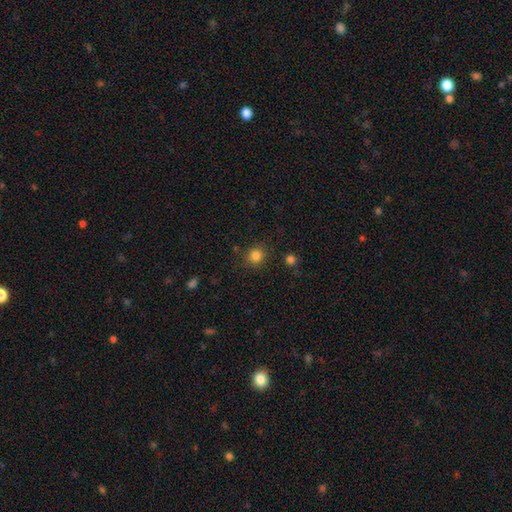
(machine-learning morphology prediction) type=smooth (83%); roundness=round (85%); merging=none (86%).